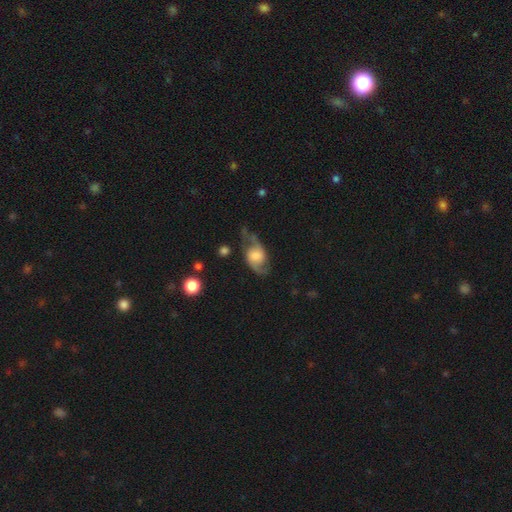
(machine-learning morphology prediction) This is likely a featured or disk galaxy (72%). It is clearly not viewed edge-on (95%). Bar: possibly no (54%). Spiral arm pattern: clearly yes (91%). Spiral arm count: clearly 2 (89%). Spiral winding: possibly loose (56%). Central bulge: marginally large (39%). Merging: possibly none (54%).